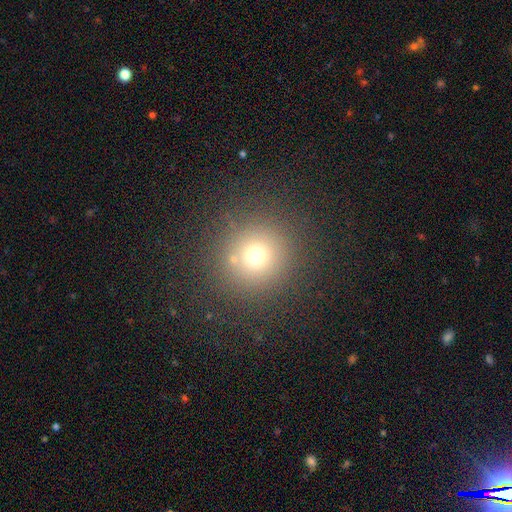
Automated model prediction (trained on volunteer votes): A smooth galaxy with no disk features (69%) that is round (94%).

Vote fractions:
- Smooth or featured? smooth: 69% / star or artifact: 21% / featured or disk: 10%
- How rounded? round: 94% / in between: 5% / cigar-shaped: 1%
- Merging? none: 84% / minor disturbance: 7% / merger: 5% / major disturbance: 4%